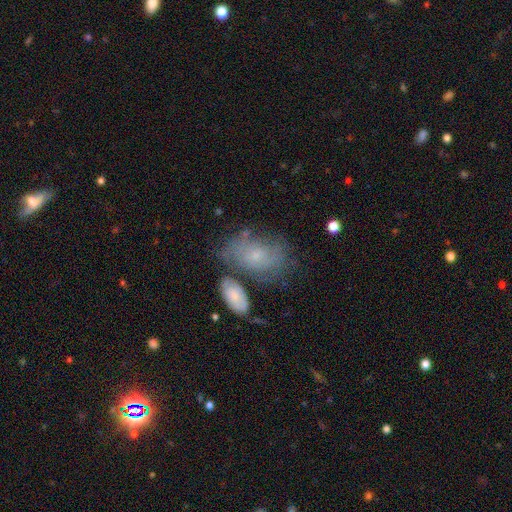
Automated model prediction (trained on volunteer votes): Q: Smooth or featured?
A: smooth (46%); runner-up: featured or disk (44%)
Q: Merging?
A: none (45%); runner-up: minor disturbance (23%)